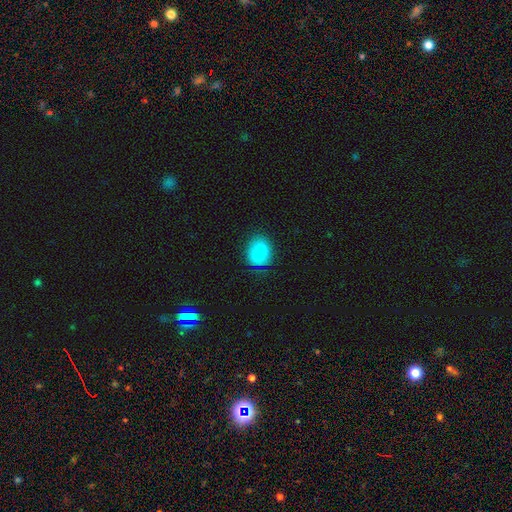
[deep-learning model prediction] This is clearly a smooth galaxy (83%). How rounded: possibly in between (57%). Merging: likely none (67%).